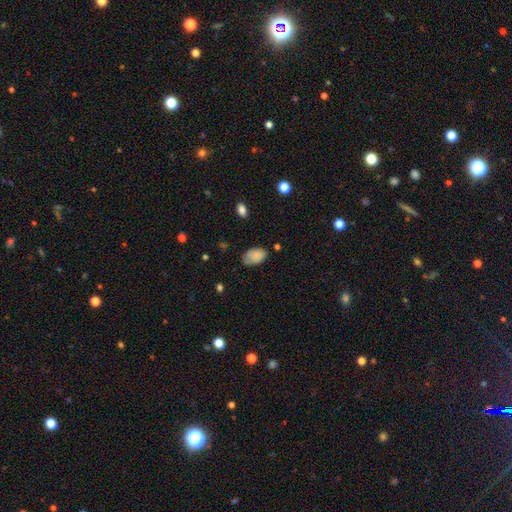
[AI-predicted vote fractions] Smooth or featured: smooth — 83% (star or artifact — 8%)
How rounded: in between — 90% (round — 9%)
Merging: none — 59% (minor disturbance — 30%)